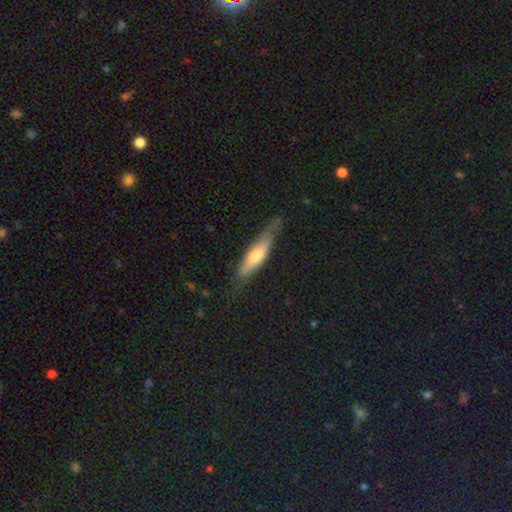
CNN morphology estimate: The model was most divided on "smooth or featured": smooth: 58%, featured or disk: 37%, star or artifact: 5%. More confident: how rounded — cigar-shaped (73%); merging — none (56%).